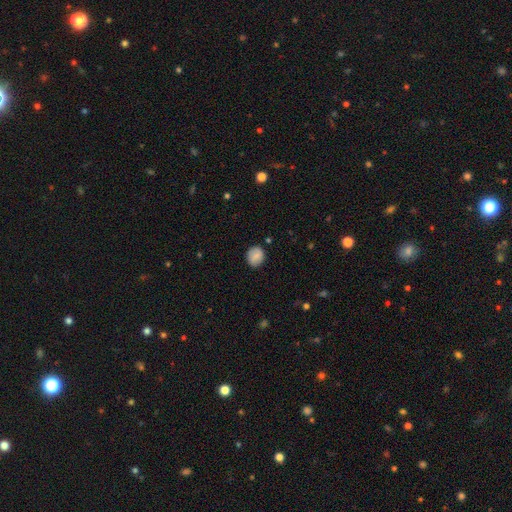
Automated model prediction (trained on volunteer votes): Smooth or featured? smooth (83%)
How rounded? round (75%)
Merging? none (86%)